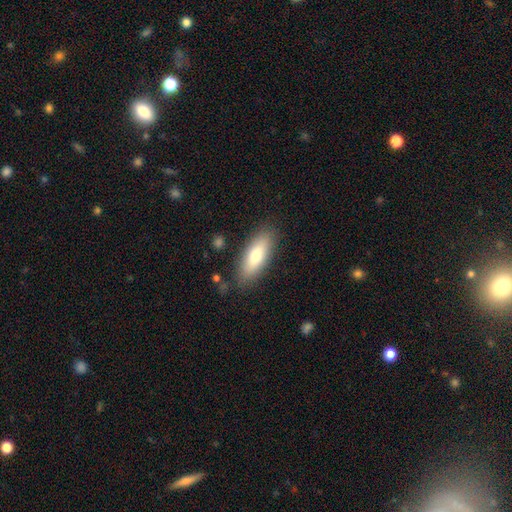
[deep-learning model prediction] smooth-or-featured: smooth: 75% | featured or disk: 19% | star or artifact: 6%
  how-rounded: in between: 65% | cigar-shaped: 33% | round: 2%
  merging: none: 85% | minor disturbance: 11% | major disturbance: 3% | merger: 2%